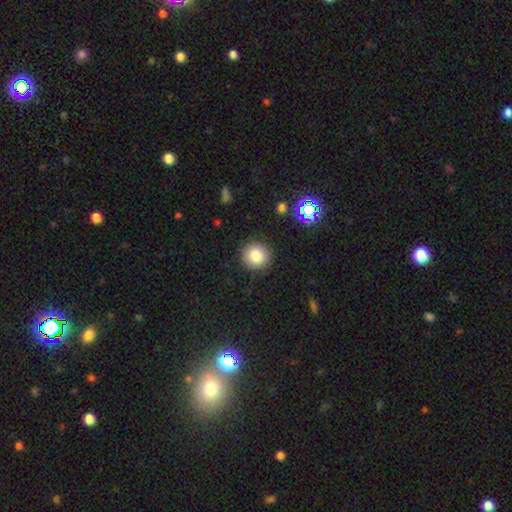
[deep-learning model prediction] This appears to be a smooth galaxy with no disk features (81%) that is round (92%). Merging: none (90%).